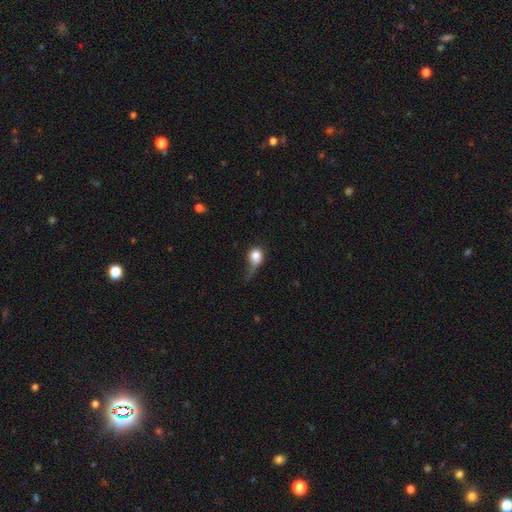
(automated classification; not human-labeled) This appears to be a smooth galaxy with no disk features (75%) that is round (66%). Merging: major disturbance (45%).